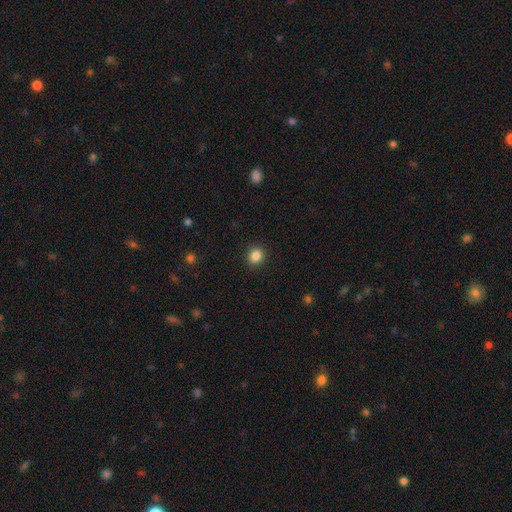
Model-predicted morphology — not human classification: The model was most divided on "how rounded": round: 78%, in between: 21%, cigar-shaped: 1%. More confident: merging — none (91%); smooth or featured — smooth (86%).